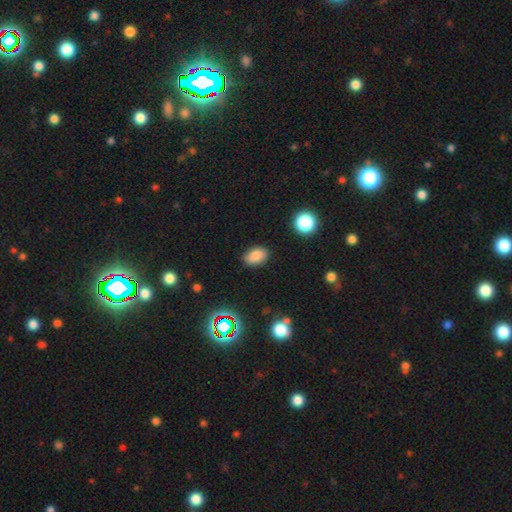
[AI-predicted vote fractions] The model was most divided on "smooth or featured": smooth: 81%, star or artifact: 12%, featured or disk: 7%. More confident: how rounded — in between (86%); merging — none (84%).